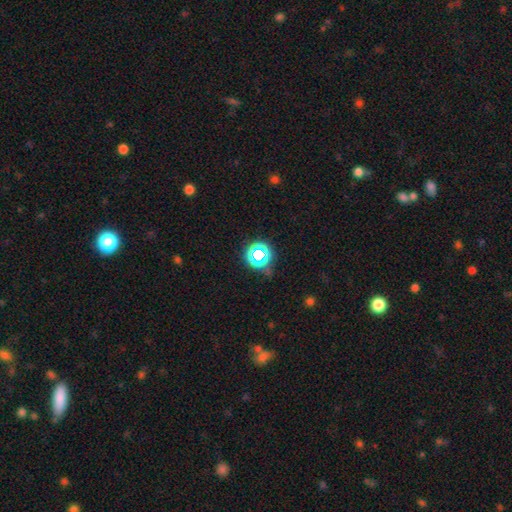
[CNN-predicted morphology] smooth-or-featured: star or artifact: 59% | smooth: 29% | featured or disk: 11%